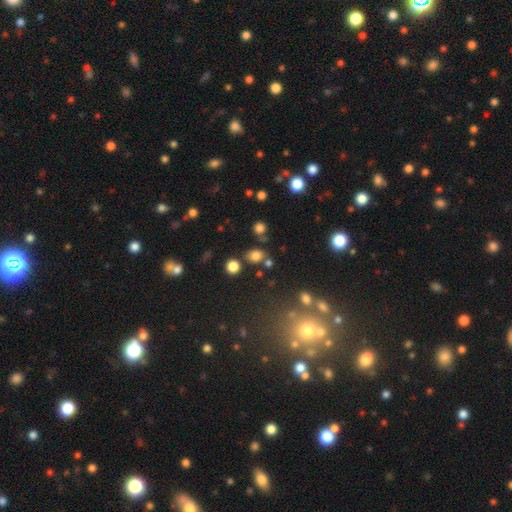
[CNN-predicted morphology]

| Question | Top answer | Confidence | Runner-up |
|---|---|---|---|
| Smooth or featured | smooth | 77% | star or artifact (17%) |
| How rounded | round | 56% | in between (42%) |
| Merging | none | 73% | minor disturbance (11%) |